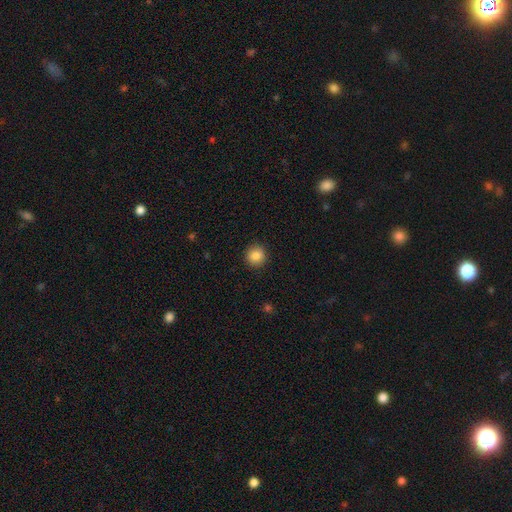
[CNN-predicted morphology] Smooth or featured?
  - smooth: 86% *
  - star or artifact: 10%
  - featured or disk: 4%
How rounded?
  - round: 91% *
  - in between: 9%
  - cigar-shaped: 1%
Merging?
  - none: 91% *
  - minor disturbance: 6%
  - major disturbance: 2%
  - merger: 1%